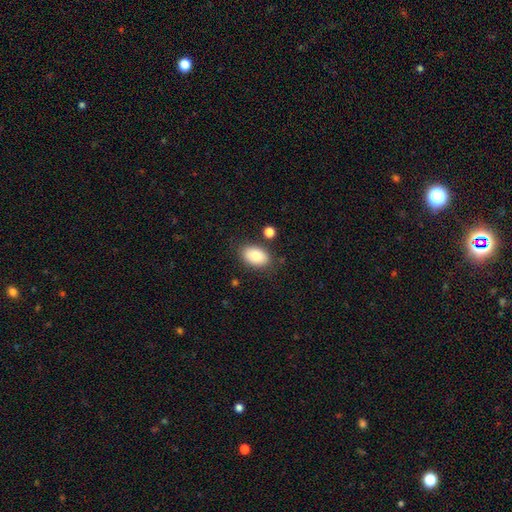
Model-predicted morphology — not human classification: The model was most divided on "merging": none: 81%, minor disturbance: 12%, merger: 4%, major disturbance: 3%. More confident: how rounded — in between (91%); smooth or featured — smooth (86%).